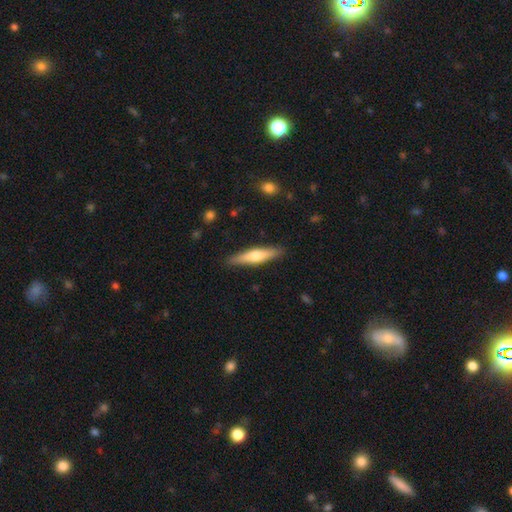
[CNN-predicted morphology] Overall: smooth (52%; featured or disk 42%). How rounded: cigar-shaped (84%). Merging: none (88%).